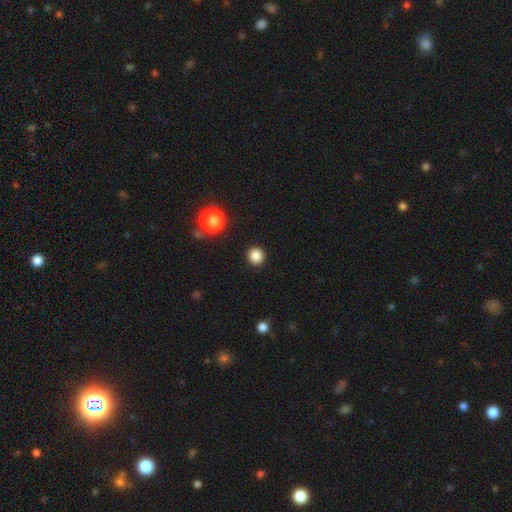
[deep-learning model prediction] A smooth galaxy with no disk features (85%) that is round (94%). Merging: none (92%).